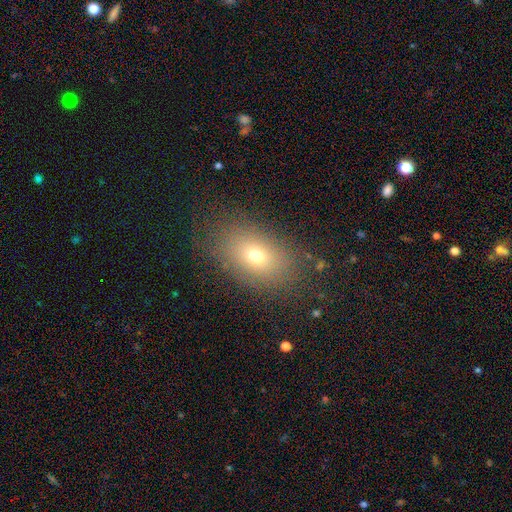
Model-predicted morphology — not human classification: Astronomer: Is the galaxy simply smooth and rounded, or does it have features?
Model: smooth — 69%.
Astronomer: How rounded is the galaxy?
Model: in between — 81%.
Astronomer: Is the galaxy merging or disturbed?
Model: none — 83%.